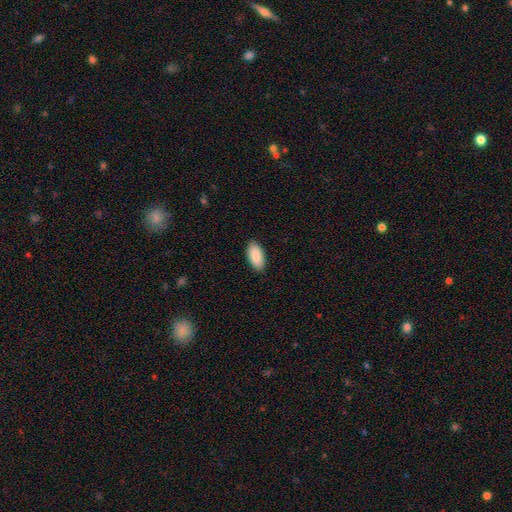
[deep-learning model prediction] Smooth or featured: smooth — 90% (star or artifact — 6%)
How rounded: in between — 93% (cigar-shaped — 5%)
Merging: none — 89% (minor disturbance — 8%)